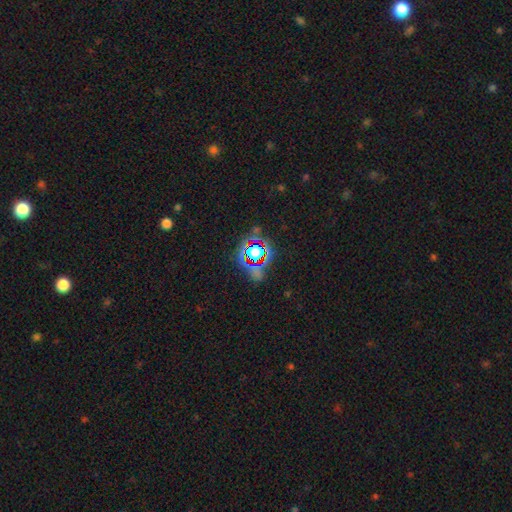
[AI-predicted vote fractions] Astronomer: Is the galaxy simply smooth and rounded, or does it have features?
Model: star or artifact — 73%.